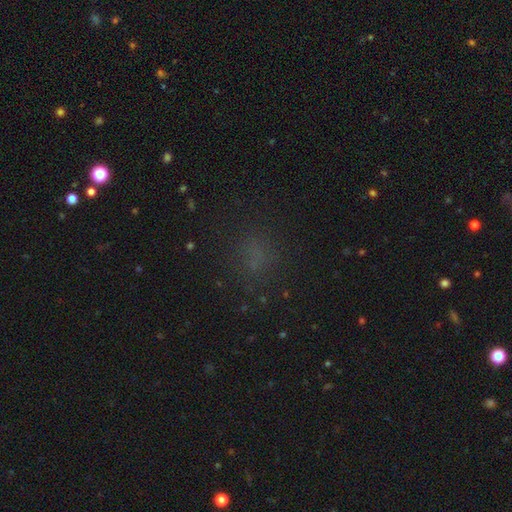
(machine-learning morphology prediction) Overall: smooth (59%; star or artifact 32%). How rounded: round (63%; in between 34%). Merging: none (79%).